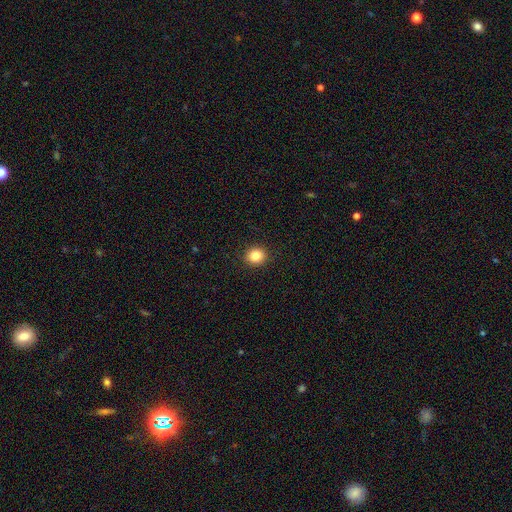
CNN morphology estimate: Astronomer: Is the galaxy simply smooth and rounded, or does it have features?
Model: smooth — 85%.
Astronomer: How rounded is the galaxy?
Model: round — 85%.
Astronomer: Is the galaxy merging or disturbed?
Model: none — 92%.